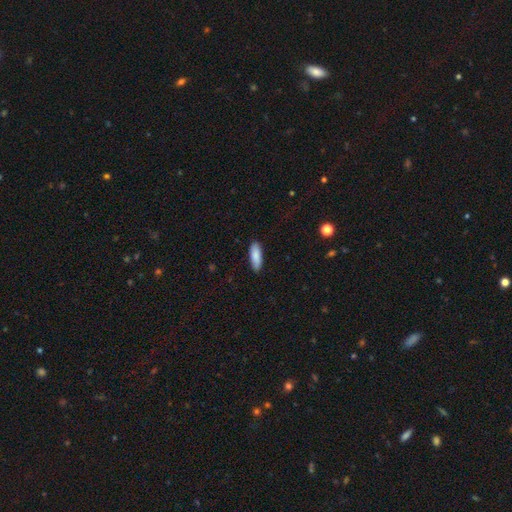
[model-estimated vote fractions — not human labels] Smooth or featured? smooth (87%)
How rounded? in between (59%)
Merging? none (89%)